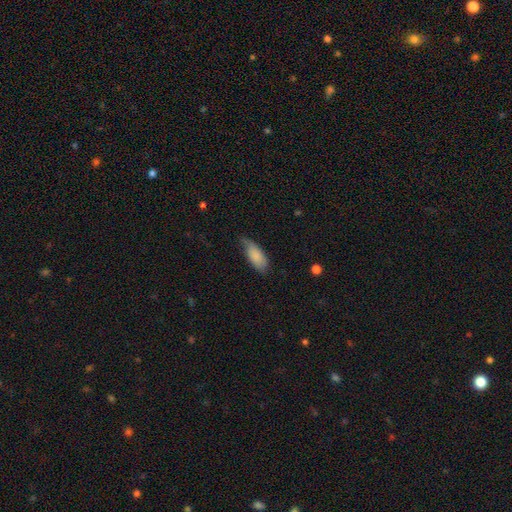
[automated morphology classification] A smooth galaxy with no disk features (84%) that is in between round and cigar-shaped (84%). Merging: none (51%).